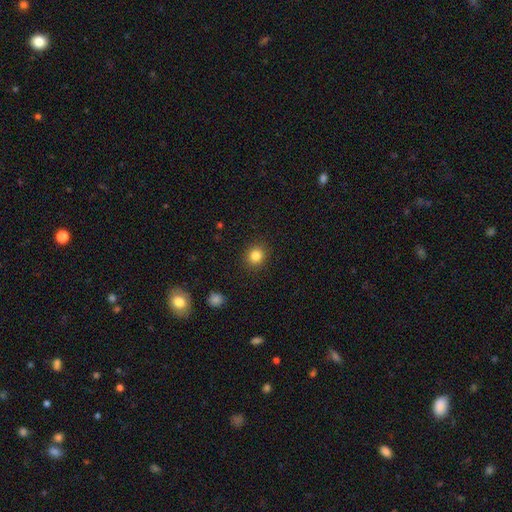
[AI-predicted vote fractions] Smooth or featured? Predicted: smooth (p=0.84). How rounded? Predicted: round (p=0.87). Merging? Predicted: none (p=0.91).